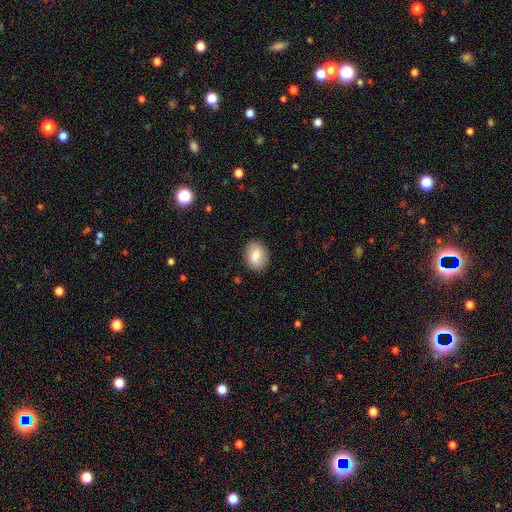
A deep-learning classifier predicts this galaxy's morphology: smooth-or-featured: smooth: 82% | featured or disk: 11% | star or artifact: 7%
  how-rounded: in between: 56% | round: 43% | cigar-shaped: 1%
  merging: none: 88% | minor disturbance: 9% | major disturbance: 2% | merger: 1%